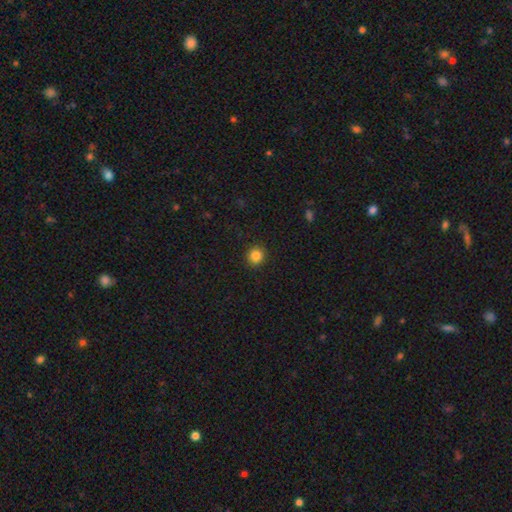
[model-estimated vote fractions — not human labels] Q: Smooth or featured?
A: smooth (85%); runner-up: star or artifact (11%)
Q: How rounded?
A: round (89%); runner-up: in between (10%)
Q: Merging?
A: none (91%); runner-up: minor disturbance (6%)